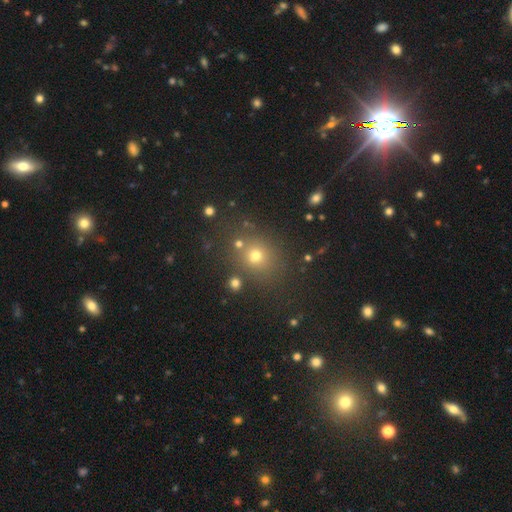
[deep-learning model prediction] The model was most divided on "smooth or featured": smooth: 68%, star or artifact: 22%, featured or disk: 10%. More confident: merging — none (76%); how rounded — round (76%).